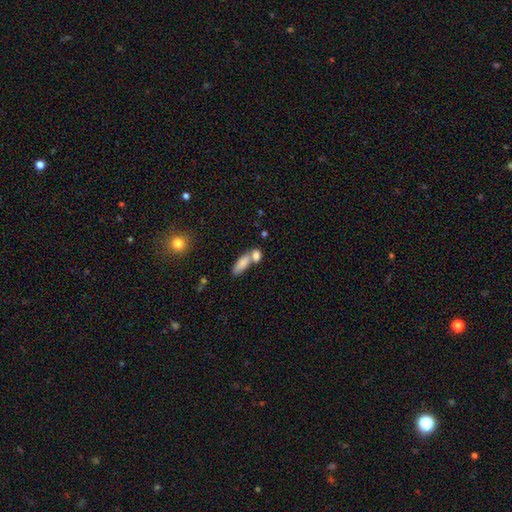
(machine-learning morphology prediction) This is clearly a smooth galaxy (80%). How rounded: likely in between (73%). Merging: possibly merger (54%).